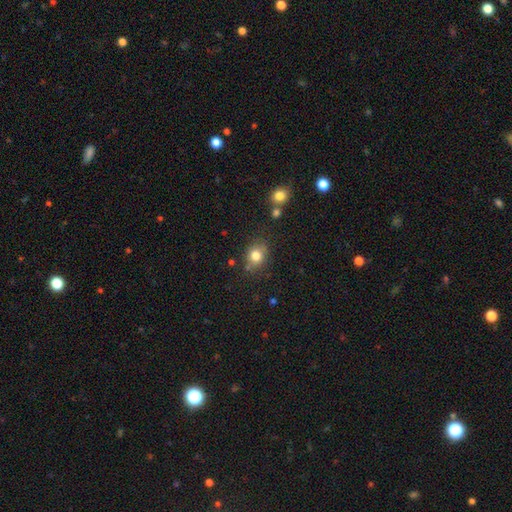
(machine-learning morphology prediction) A smooth galaxy with no disk features (80%) that is round (64%).

Vote fractions:
- Smooth or featured? smooth: 80% / star or artifact: 11% / featured or disk: 9%
- How rounded? round: 64% / in between: 35% / cigar-shaped: 1%
- Merging? none: 74% / minor disturbance: 16% / merger: 6% / major disturbance: 4%